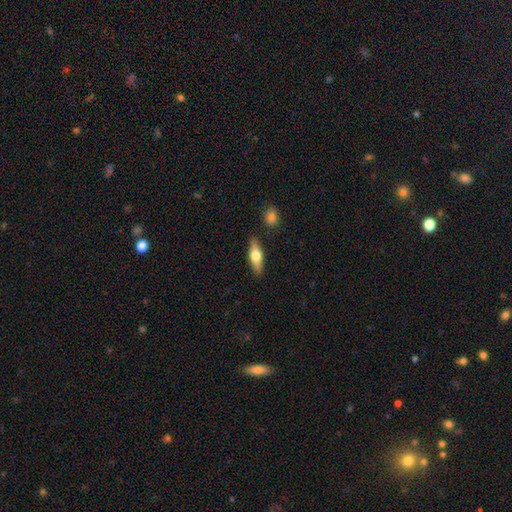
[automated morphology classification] type=smooth (57%); roundness=in between (53%); merging=none (86%).